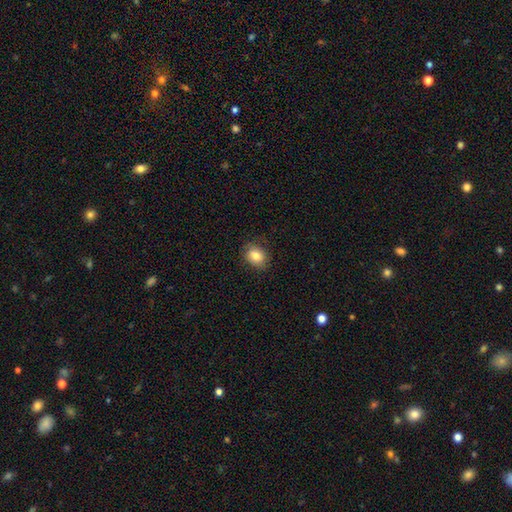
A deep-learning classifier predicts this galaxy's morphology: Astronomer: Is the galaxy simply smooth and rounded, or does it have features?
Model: smooth — 82%.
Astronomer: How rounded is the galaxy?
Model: in between — 55% (runner-up: round, 44%).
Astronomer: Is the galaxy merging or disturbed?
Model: none — 86%.